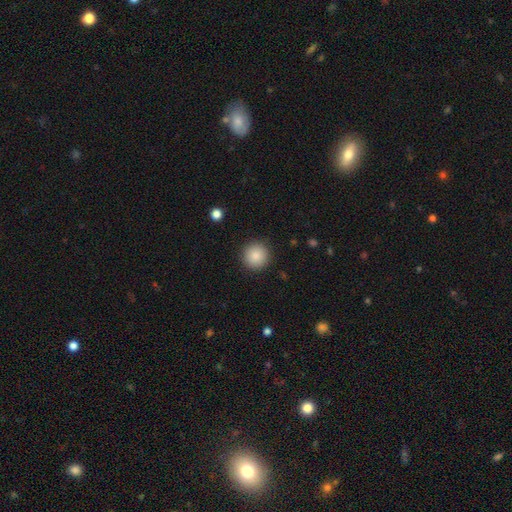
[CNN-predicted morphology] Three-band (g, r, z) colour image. It shows a smooth galaxy with no disk features (87%) that is round (95%). Merging: none (91%).